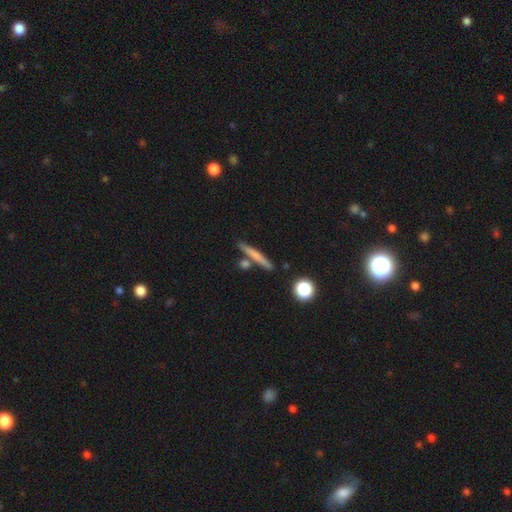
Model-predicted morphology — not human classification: smooth 63%, featured or disk 30%, star or artifact 7%. Down the decision tree: how rounded — cigar-shaped (91%); merging — none (78%).